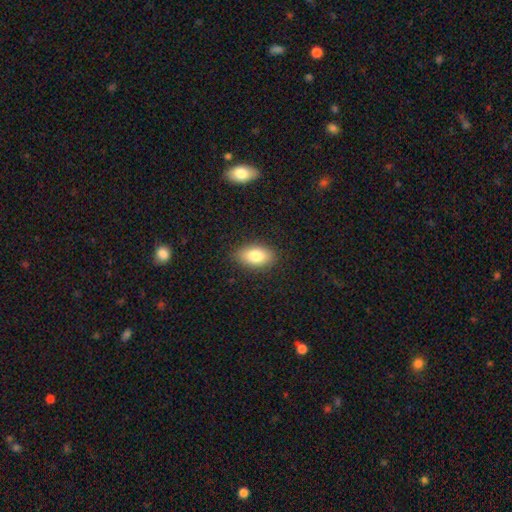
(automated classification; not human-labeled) A smooth galaxy with no disk features (80%) that is in between round and cigar-shaped (90%).

Vote fractions:
- Smooth or featured? smooth: 80% / featured or disk: 12% / star or artifact: 8%
- How rounded? in between: 90% / round: 7% / cigar-shaped: 3%
- Merging? none: 87% / minor disturbance: 9% / major disturbance: 2% / merger: 1%